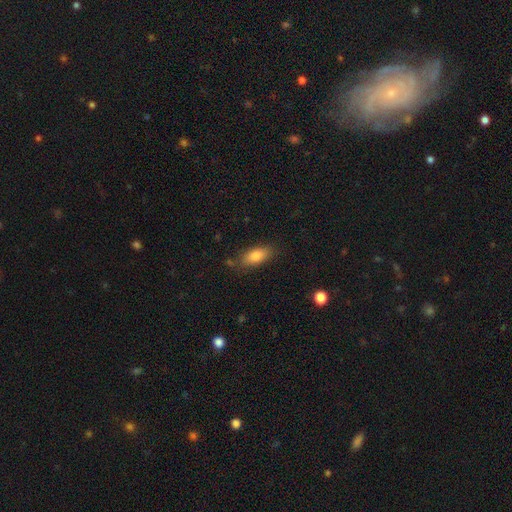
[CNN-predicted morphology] Overall: smooth (82%). How rounded: in between (84%). Merging: none (76%).